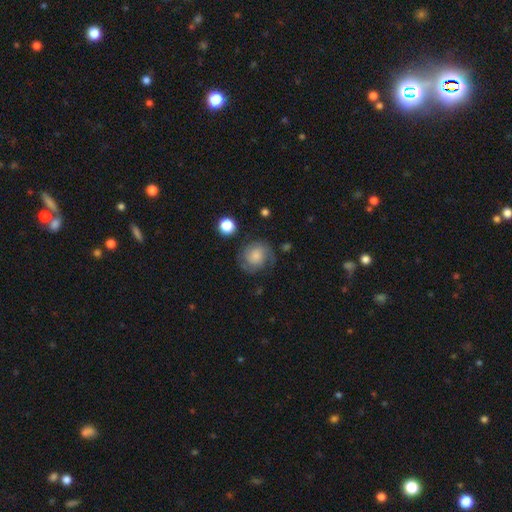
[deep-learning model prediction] Smooth or featured: smooth — 47% (featured or disk — 44%)
Merging: none — 67% (minor disturbance — 20%)